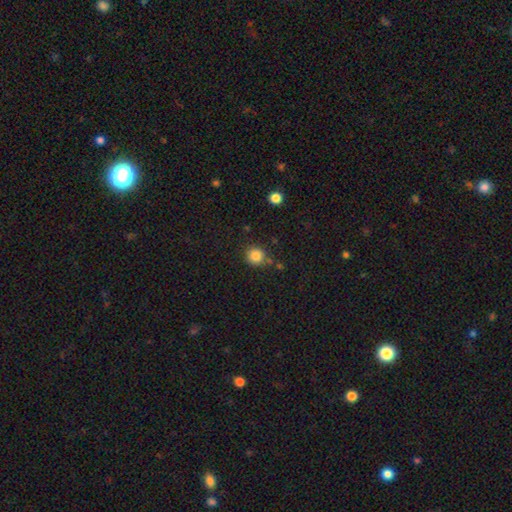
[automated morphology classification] A smooth galaxy with no disk features (85%) that is round (92%). Merging: none (79%).